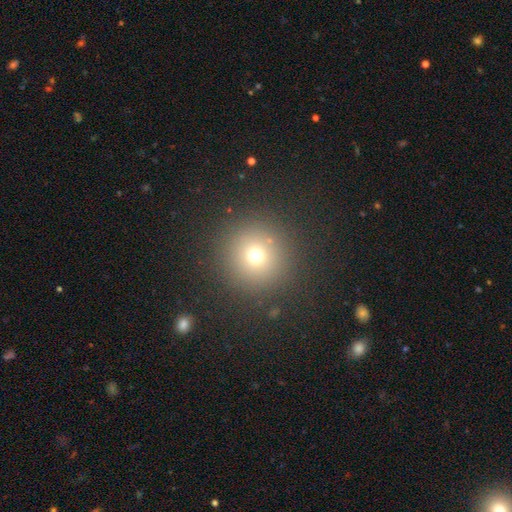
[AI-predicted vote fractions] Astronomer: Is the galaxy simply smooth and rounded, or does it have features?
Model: smooth — 70%.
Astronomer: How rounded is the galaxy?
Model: round — 95%.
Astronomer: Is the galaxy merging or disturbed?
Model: none — 89%.